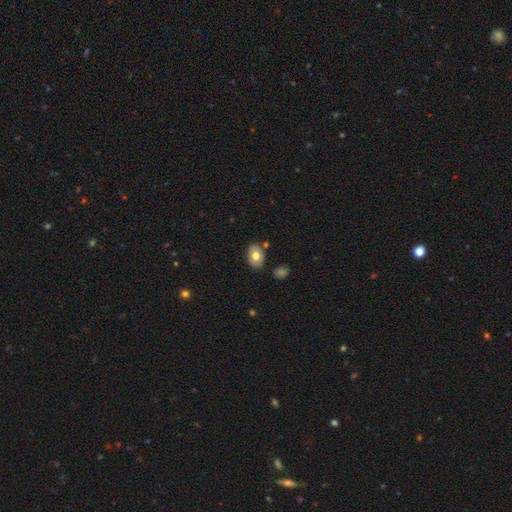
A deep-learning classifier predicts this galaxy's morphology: A smooth galaxy with no disk features (70%) that is in between round and cigar-shaped (79%).

Vote fractions:
- Smooth or featured? smooth: 70% / featured or disk: 23% / star or artifact: 7%
- How rounded? in between: 79% / round: 20% / cigar-shaped: 1%
- Merging? none: 81% / minor disturbance: 11% / merger: 5% / major disturbance: 3%